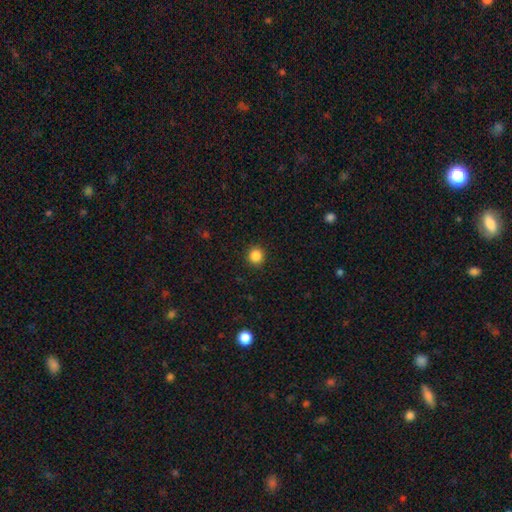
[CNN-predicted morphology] The model was most divided on "smooth or featured": smooth: 86%, star or artifact: 11%, featured or disk: 3%. More confident: how rounded — round (92%); merging — none (92%).